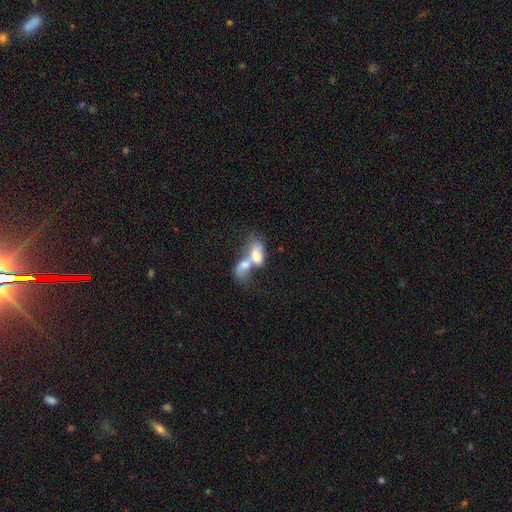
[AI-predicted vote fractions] Overall: smooth (61%; featured or disk 31%). How rounded: in between (83%). Merging: merger (80%).